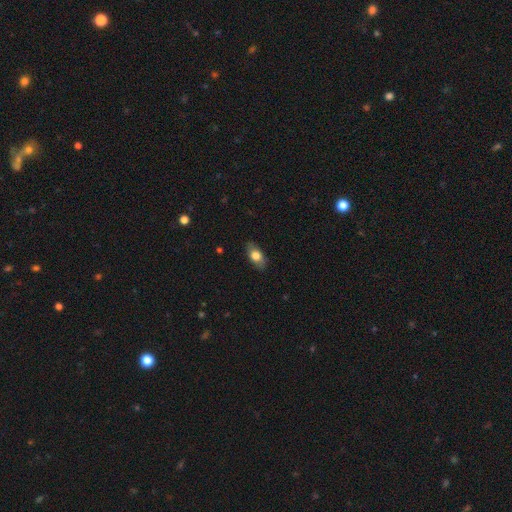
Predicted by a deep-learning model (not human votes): The model was most divided on "smooth or featured": smooth: 74%, featured or disk: 19%, star or artifact: 7%. More confident: how rounded — in between (87%); merging — none (83%).